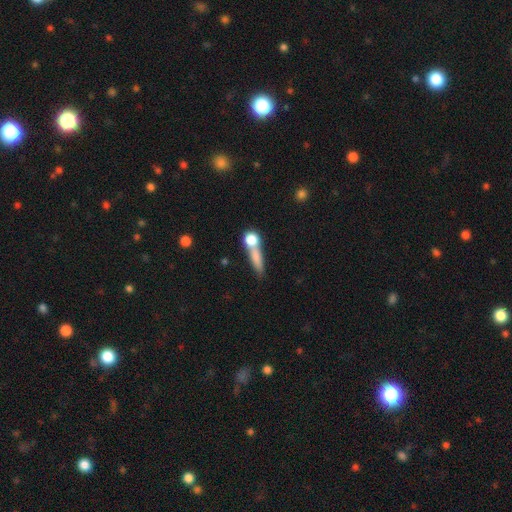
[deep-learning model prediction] A smooth galaxy with no disk features (71%) that is cigar-shaped (51%).

Vote fractions:
- Smooth or featured? smooth: 71% / featured or disk: 19% / star or artifact: 10%
- How rounded? cigar-shaped: 51% / in between: 24% / round: 24%
- Merging? none: 41% / merger: 37% / minor disturbance: 13% / major disturbance: 9%